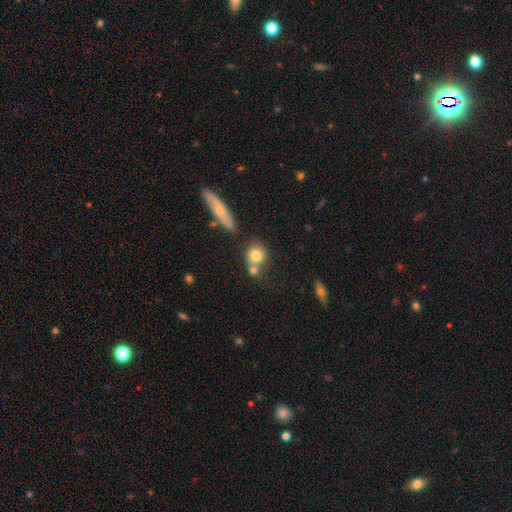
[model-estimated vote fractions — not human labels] A smooth galaxy with no disk features (76%) that is round (76%). Merging: none (52%).